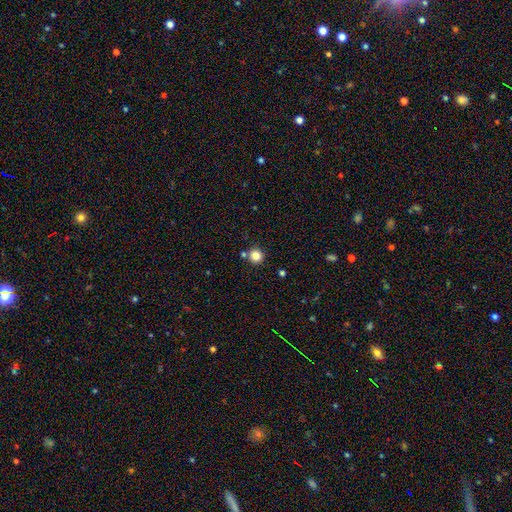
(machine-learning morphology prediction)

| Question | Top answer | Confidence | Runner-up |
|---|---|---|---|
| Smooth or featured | smooth | 82% | star or artifact (12%) |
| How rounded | round | 94% | in between (5%) |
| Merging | none | 81% | merger (9%) |